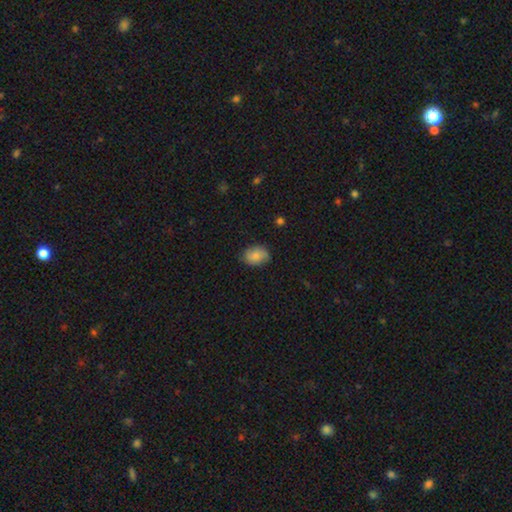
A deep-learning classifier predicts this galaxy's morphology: smooth_or_featured: smooth (p=0.71) [alt: featured or disk p=0.21]
how_rounded: in between (p=0.69) [alt: round p=0.30]
merging: none (p=0.77) [alt: minor disturbance p=0.18]